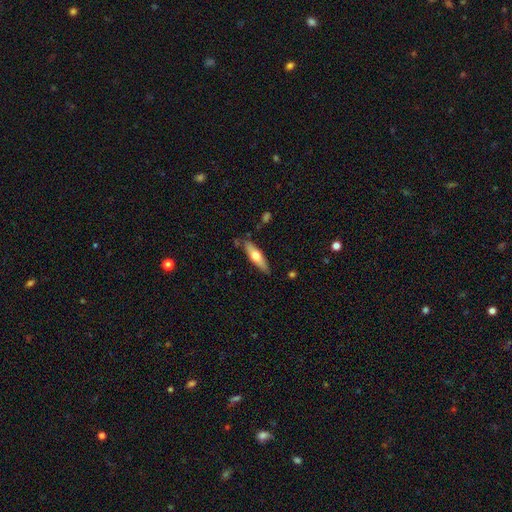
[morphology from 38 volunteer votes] smooth-or-featured: smooth: 55% | featured or disk: 37% | star or artifact: 8%
  how-rounded: cigar-shaped: 67% | in between: 33% | round: 0%
  merging: none: 66% | minor disturbance: 23% | major disturbance: 9% | merger: 3%